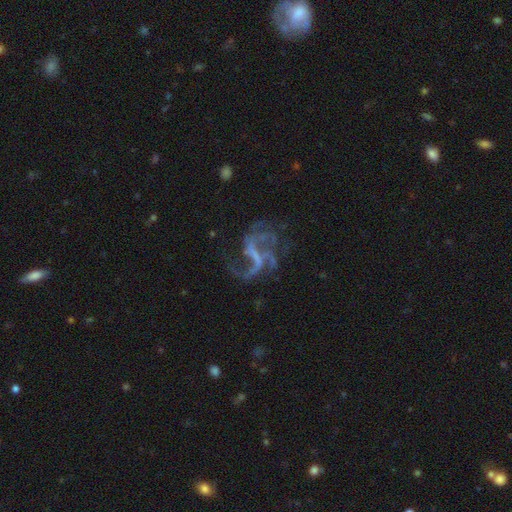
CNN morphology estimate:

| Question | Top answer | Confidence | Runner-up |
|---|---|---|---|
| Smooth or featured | featured or disk | 81% | star or artifact (13%) |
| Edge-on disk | no | 97% | yes (3%) |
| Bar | weak | 41% | strong (30%) |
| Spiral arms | yes | 89% | no (11%) |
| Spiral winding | loose | 70% | medium (24%) |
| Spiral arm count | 2 | 39% | 3 (21%) |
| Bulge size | none | 64% | small (25%) |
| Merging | none | 51% | major disturbance (30%) |